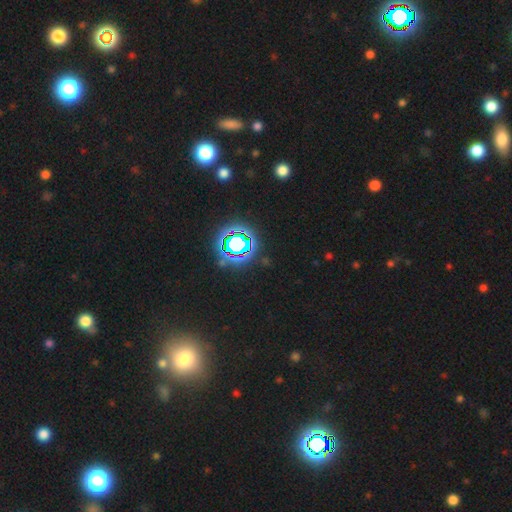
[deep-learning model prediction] smooth-or-featured: star or artifact: 79% | smooth: 13% | featured or disk: 8%